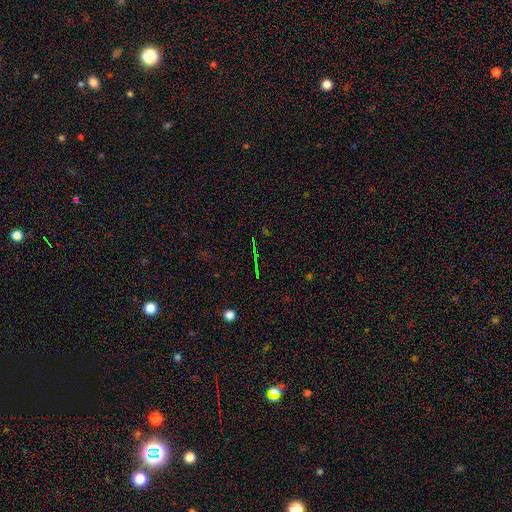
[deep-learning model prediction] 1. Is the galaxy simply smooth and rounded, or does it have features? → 74% star or artifact, 14% featured or disk, 12% smooth.